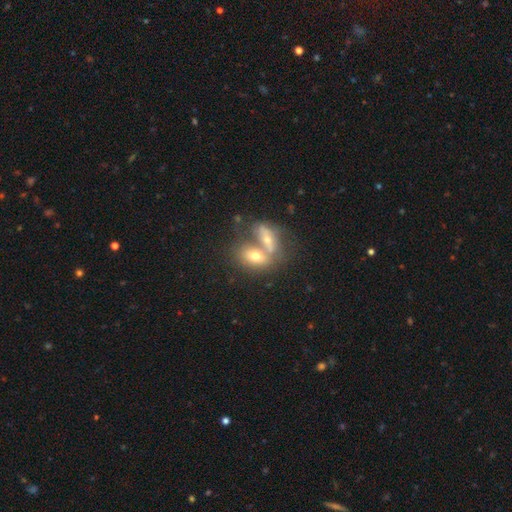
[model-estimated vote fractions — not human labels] Morphology: type=smooth (62%); roundness=in between (77%); merging=merger (63%).